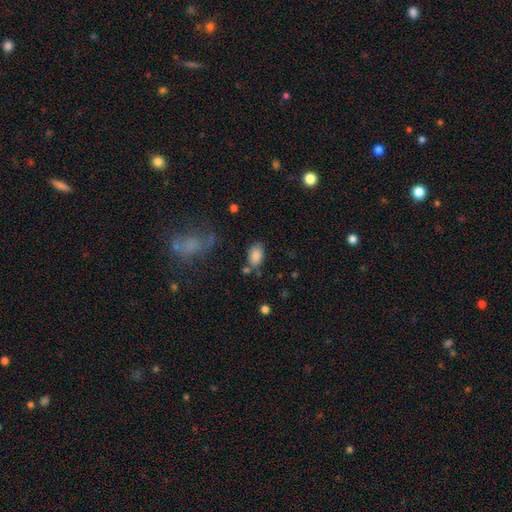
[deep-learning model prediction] Smooth or featured?
  - smooth: 85% *
  - star or artifact: 8%
  - featured or disk: 7%
How rounded?
  - in between: 90% *
  - round: 8%
  - cigar-shaped: 2%
Merging?
  - none: 67% *
  - minor disturbance: 18%
  - merger: 9%
  - major disturbance: 6%